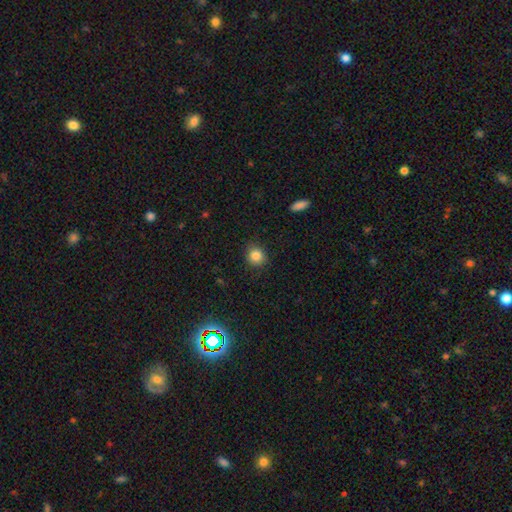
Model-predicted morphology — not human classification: A smooth galaxy with no disk features (84%) that is round (82%).

Vote fractions:
- Smooth or featured? smooth: 84% / star or artifact: 11% / featured or disk: 5%
- How rounded? round: 82% / in between: 17% / cigar-shaped: 1%
- Merging? none: 87% / minor disturbance: 9% / major disturbance: 2% / merger: 1%